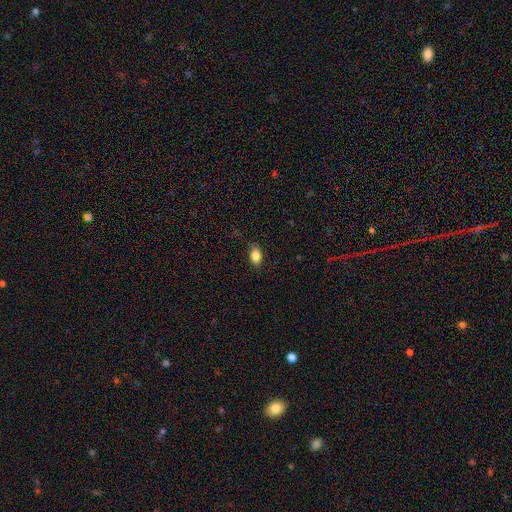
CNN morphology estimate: Smooth or featured? smooth (84%)
How rounded? in between (84%)
Merging? none (80%)